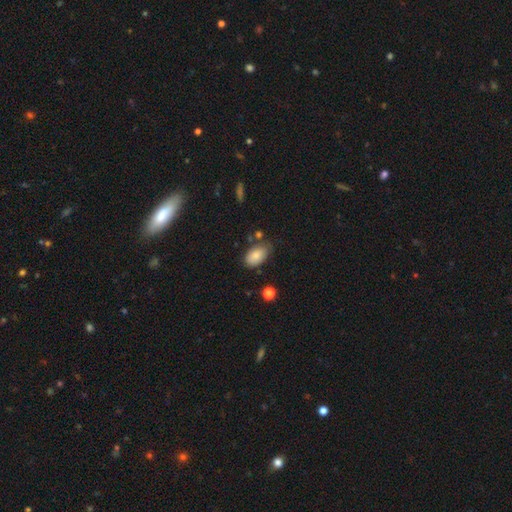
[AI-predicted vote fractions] A smooth galaxy with no disk features (82%) that is in between round and cigar-shaped (93%). Merging: none (65%).